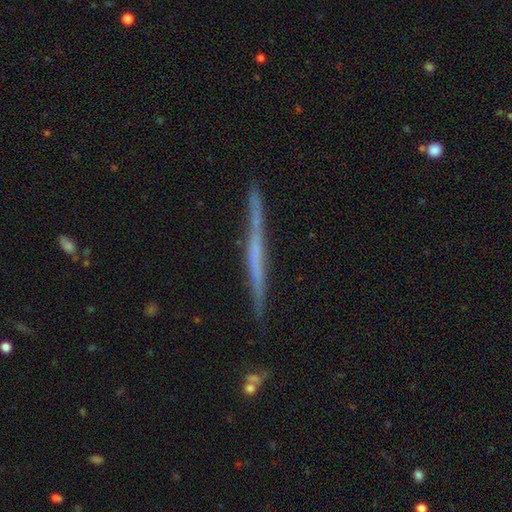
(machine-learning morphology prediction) Smooth or featured: featured or disk — 63% (smooth — 31%)
Edge-on disk: yes — 97% (no — 3%)
Edge-on bulge: none — 84% (rounded — 9%)
Merging: none — 86% (minor disturbance — 10%)